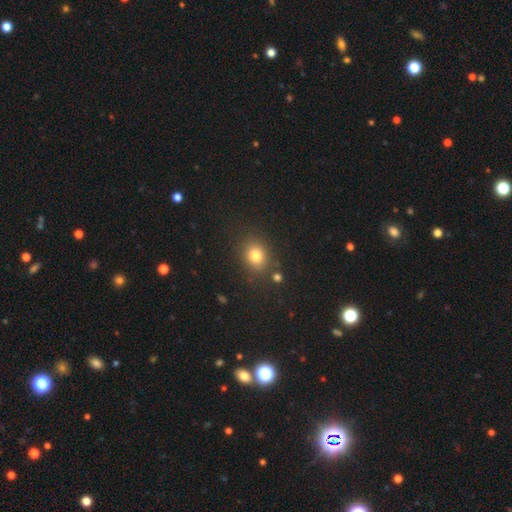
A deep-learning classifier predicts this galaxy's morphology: Smooth or featured? smooth (79%)
How rounded? round (64%)
Merging? none (81%)